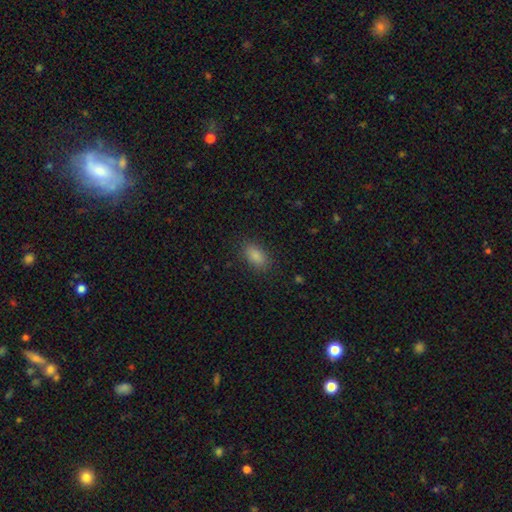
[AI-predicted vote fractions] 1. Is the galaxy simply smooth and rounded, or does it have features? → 86% smooth, 9% star or artifact, 5% featured or disk.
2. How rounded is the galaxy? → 90% in between, 6% round, 4% cigar-shaped.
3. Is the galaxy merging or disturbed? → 86% none, 10% minor disturbance, 3% major disturbance, 1% merger.